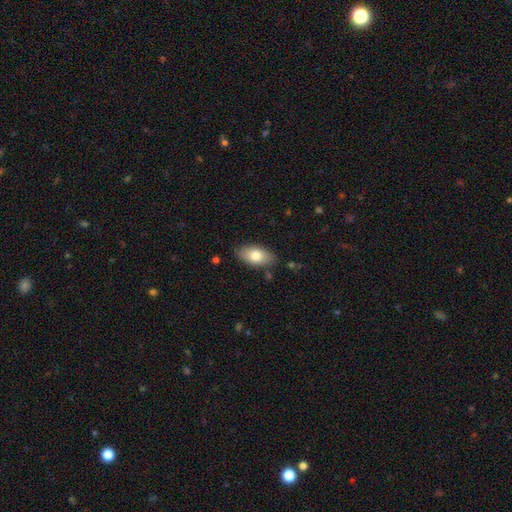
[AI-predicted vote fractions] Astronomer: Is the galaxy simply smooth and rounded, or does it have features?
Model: smooth — 78%.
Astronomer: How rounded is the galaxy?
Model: in between — 92%.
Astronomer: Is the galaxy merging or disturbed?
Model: none — 83%.